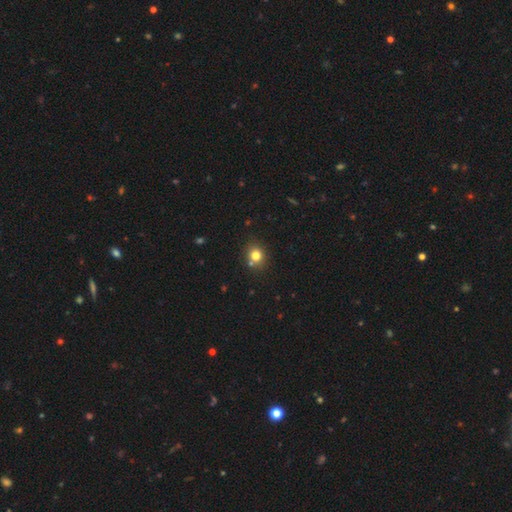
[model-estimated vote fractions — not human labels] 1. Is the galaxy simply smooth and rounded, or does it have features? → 78% smooth, 14% star or artifact, 8% featured or disk.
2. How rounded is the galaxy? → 78% round, 22% in between, 1% cigar-shaped.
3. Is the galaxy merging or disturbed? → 75% none, 12% merger, 10% minor disturbance, 3% major disturbance.